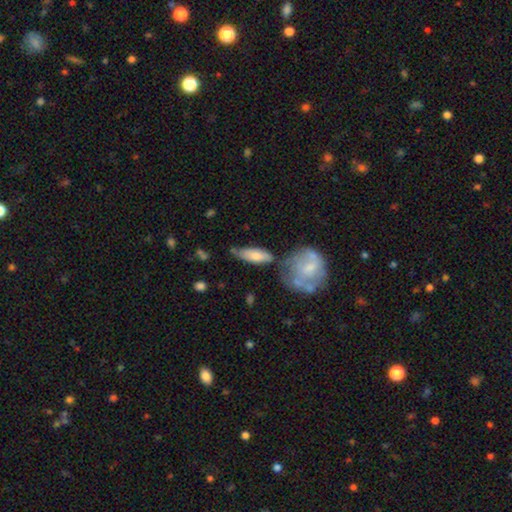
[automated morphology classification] Smooth or featured? Predicted: smooth (p=0.67). How rounded? Predicted: in between (p=0.70). Merging? Predicted: none (p=0.49).